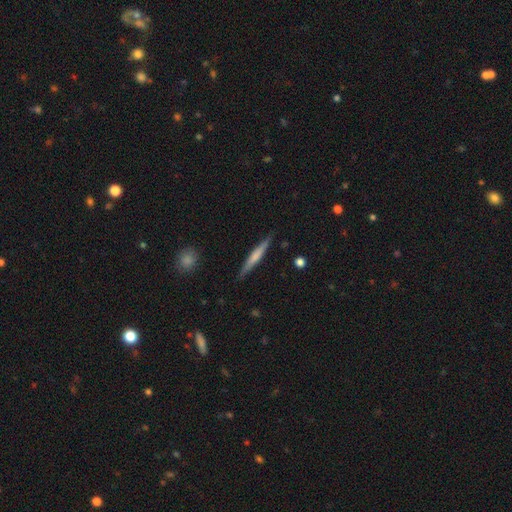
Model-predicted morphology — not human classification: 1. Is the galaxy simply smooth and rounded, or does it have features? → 48% featured or disk, 46% smooth, 5% star or artifact.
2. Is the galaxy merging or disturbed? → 88% none, 9% minor disturbance, 2% major disturbance, 1% merger.